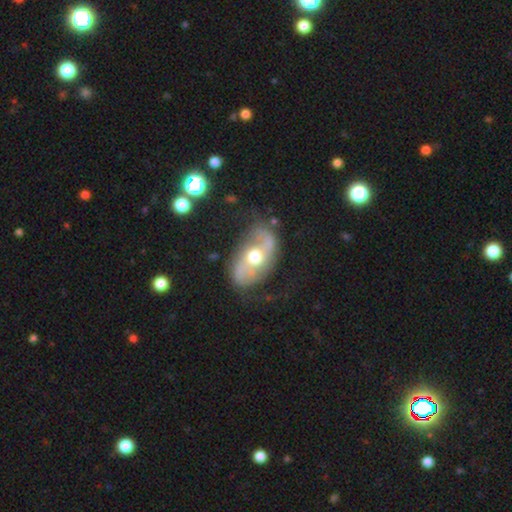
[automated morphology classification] This is likely a featured or disk galaxy (77%). It is clearly not viewed edge-on (95%). Bar: possibly no (52%). Spiral arm pattern: clearly yes (82%). Spiral arm count: clearly 2 (90%). Spiral winding: possibly loose (53%). Central bulge: likely moderate (71%). Merging: likely none (69%).